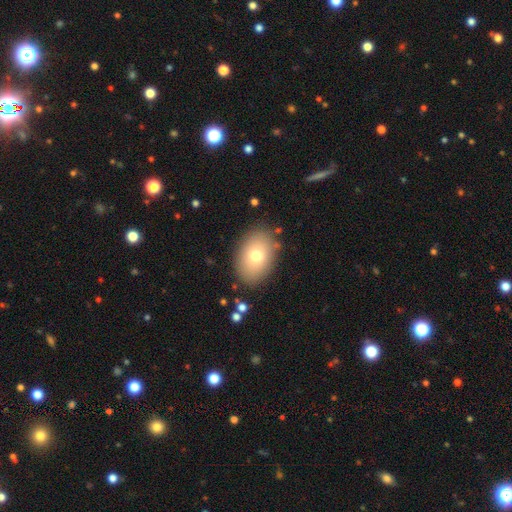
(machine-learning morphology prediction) smooth 75%, featured or disk 16%, star or artifact 9%. Down the decision tree: how rounded — in between (82%); merging — none (85%).